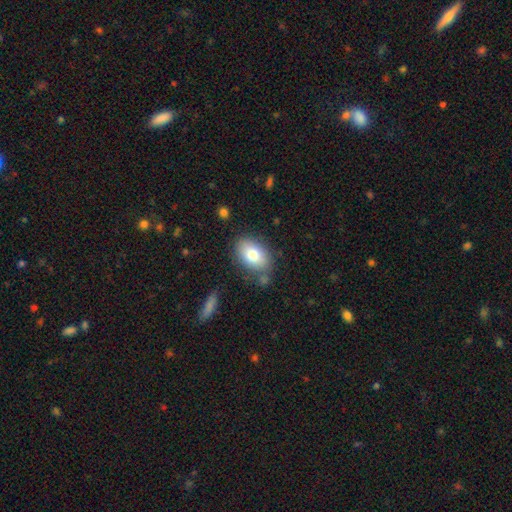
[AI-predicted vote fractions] This appears to be a smooth galaxy with no disk features (76%) that is in between round and cigar-shaped (87%). Merging: none (77%).